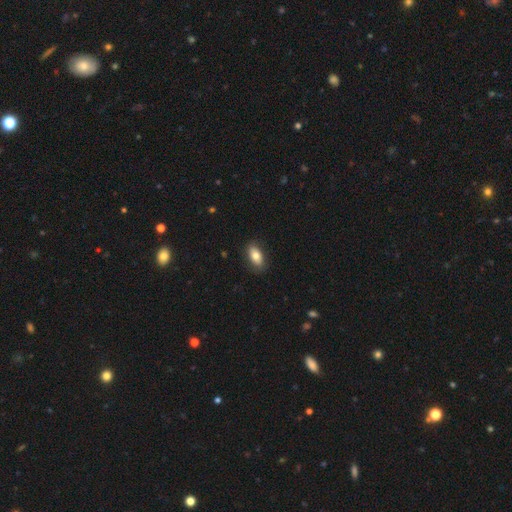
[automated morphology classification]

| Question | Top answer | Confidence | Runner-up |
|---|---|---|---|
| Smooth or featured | smooth | 79% | featured or disk (14%) |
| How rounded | in between | 90% | round (5%) |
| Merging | none | 84% | minor disturbance (12%) |